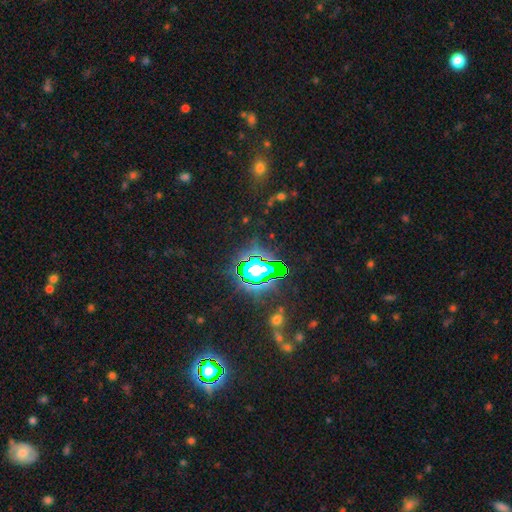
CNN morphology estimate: Smooth or featured? star or artifact (80%)